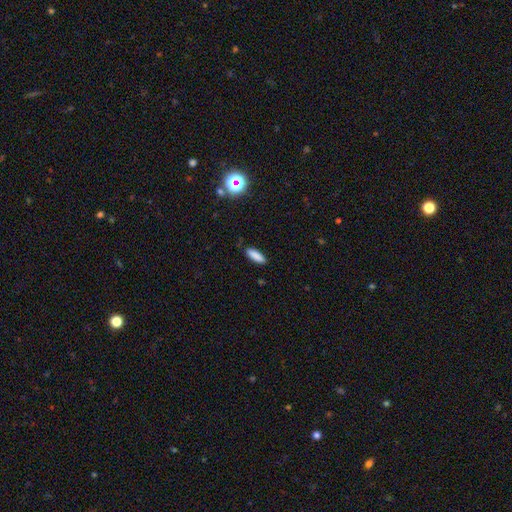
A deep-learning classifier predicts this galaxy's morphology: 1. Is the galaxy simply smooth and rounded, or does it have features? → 85% smooth, 9% star or artifact, 6% featured or disk.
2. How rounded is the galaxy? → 52% in between, 46% cigar-shaped, 2% round.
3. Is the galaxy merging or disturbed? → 86% none, 10% minor disturbance, 2% major disturbance, 1% merger.